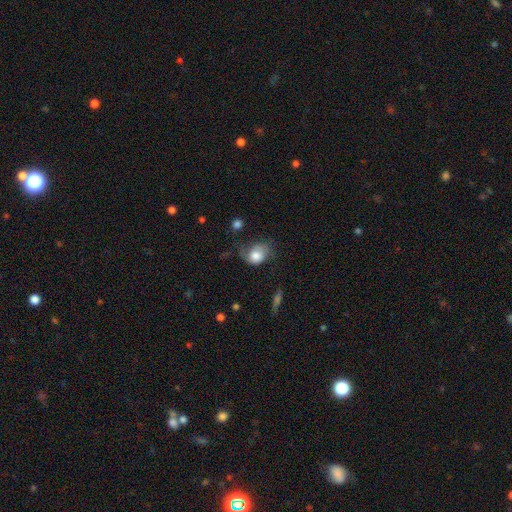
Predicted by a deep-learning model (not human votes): Morphology: type=smooth (74%); roundness=in between (53%); merging=none (35%, tied with minor disturbance).